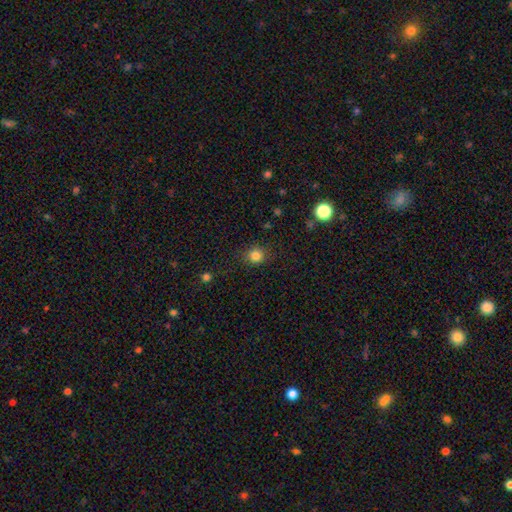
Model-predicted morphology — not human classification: A smooth galaxy with no disk features (83%) that is round (85%).

Vote fractions:
- Smooth or featured? smooth: 83% / star or artifact: 12% / featured or disk: 5%
- How rounded? round: 85% / in between: 14% / cigar-shaped: 1%
- Merging? none: 85% / minor disturbance: 10% / major disturbance: 3% / merger: 1%